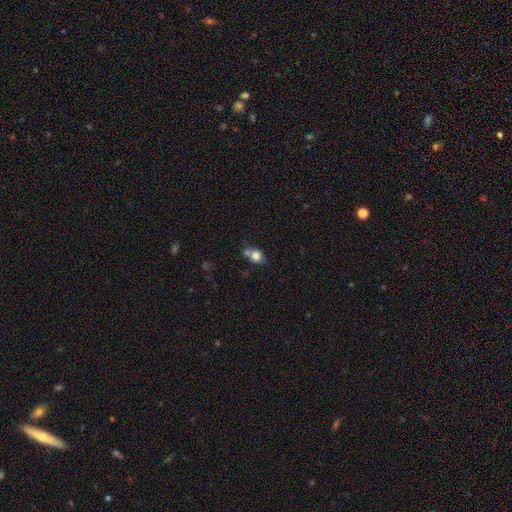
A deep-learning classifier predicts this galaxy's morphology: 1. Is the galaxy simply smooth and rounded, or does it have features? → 77% smooth, 12% featured or disk, 11% star or artifact.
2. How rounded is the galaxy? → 57% round, 41% in between, 2% cigar-shaped.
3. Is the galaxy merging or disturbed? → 46% none, 31% merger, 17% minor disturbance, 6% major disturbance.